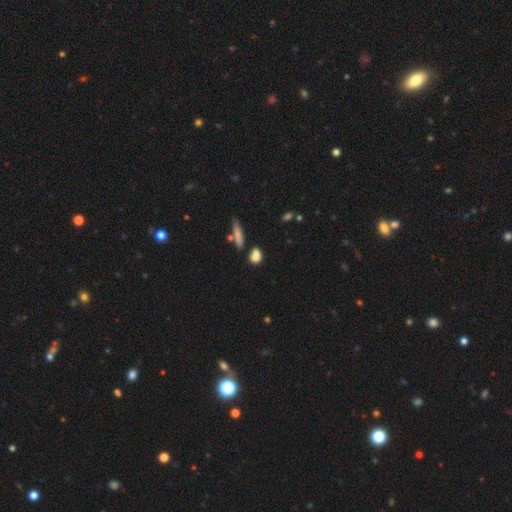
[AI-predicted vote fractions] smooth_or_featured: smooth (p=0.80) [alt: star or artifact p=0.11]
how_rounded: in between (p=0.50) [alt: round p=0.36]
merging: none (p=0.63) [alt: merger p=0.16]